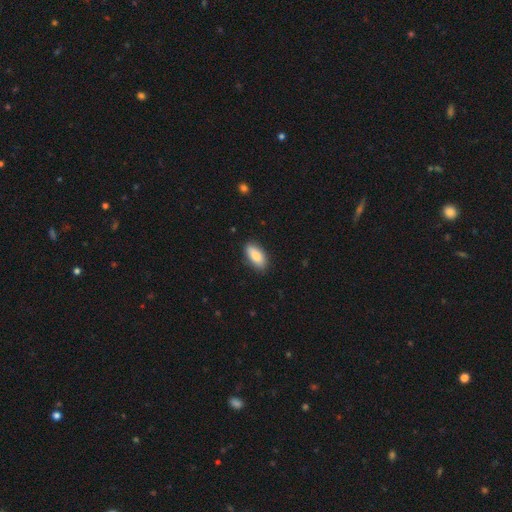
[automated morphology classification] Smooth or featured? smooth (82%)
How rounded? in between (87%)
Merging? none (86%)